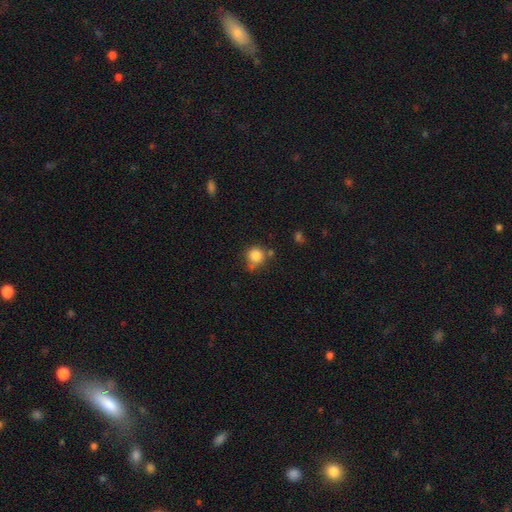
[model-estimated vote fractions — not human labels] Smooth or featured?
  - smooth: 84% *
  - star or artifact: 11%
  - featured or disk: 6%
How rounded?
  - round: 90% *
  - in between: 9%
  - cigar-shaped: 1%
Merging?
  - none: 63% *
  - minor disturbance: 19%
  - merger: 12%
  - major disturbance: 6%